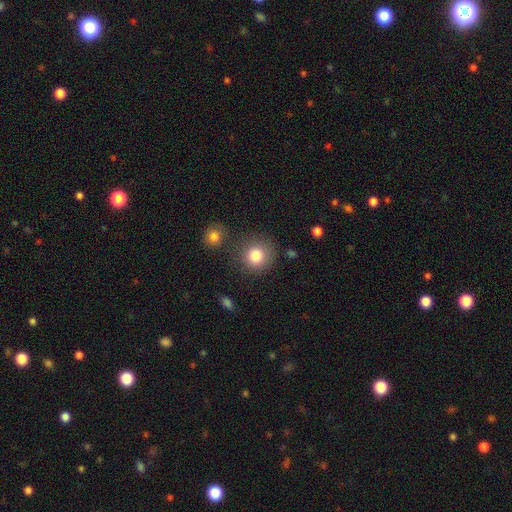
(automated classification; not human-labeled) Smooth or featured?
  - smooth: 83% *
  - star or artifact: 10%
  - featured or disk: 7%
How rounded?
  - round: 92% *
  - in between: 7%
  - cigar-shaped: 1%
Merging?
  - none: 79% *
  - minor disturbance: 10%
  - merger: 7%
  - major disturbance: 4%